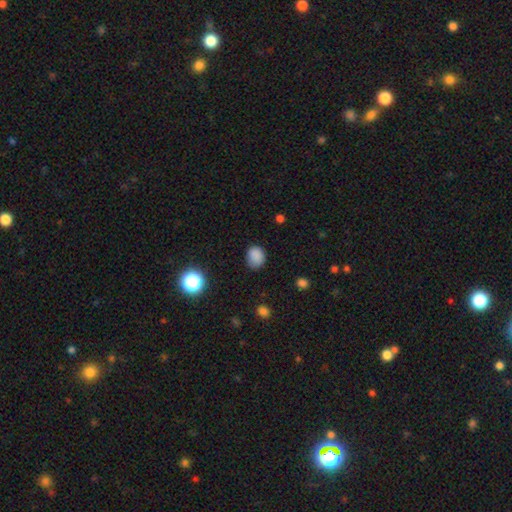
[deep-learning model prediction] smooth_or_featured: smooth (p=0.84) [alt: star or artifact p=0.12]
how_rounded: round (p=0.54) [alt: in between p=0.45]
merging: none (p=0.76) [alt: minor disturbance p=0.19]